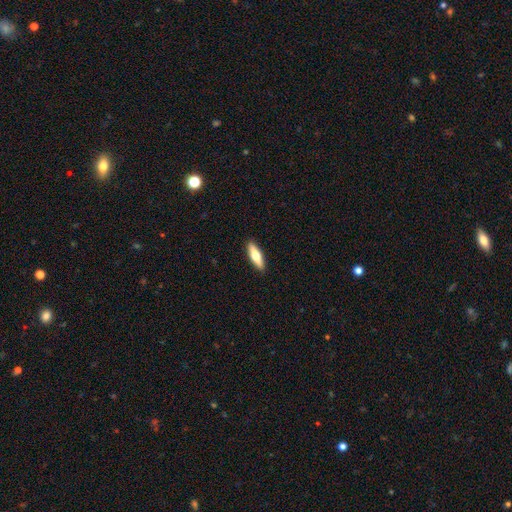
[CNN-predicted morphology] Q: Smooth or featured?
A: smooth (59%); runner-up: featured or disk (36%)
Q: How rounded?
A: cigar-shaped (60%); runner-up: in between (38%)
Q: Merging?
A: none (91%); runner-up: minor disturbance (6%)